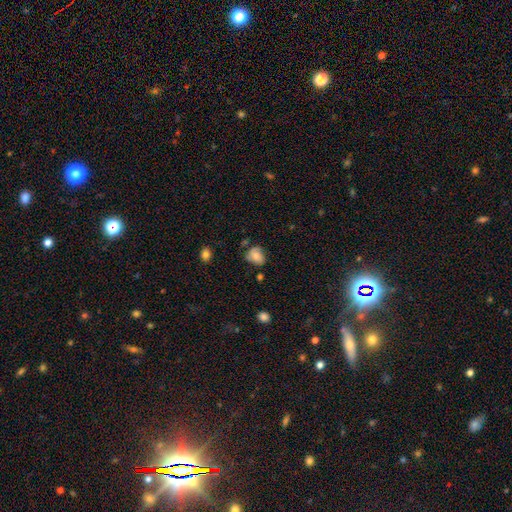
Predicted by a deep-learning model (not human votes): Morphology: type=smooth (68%); roundness=in between (53%); merging=none (54%).